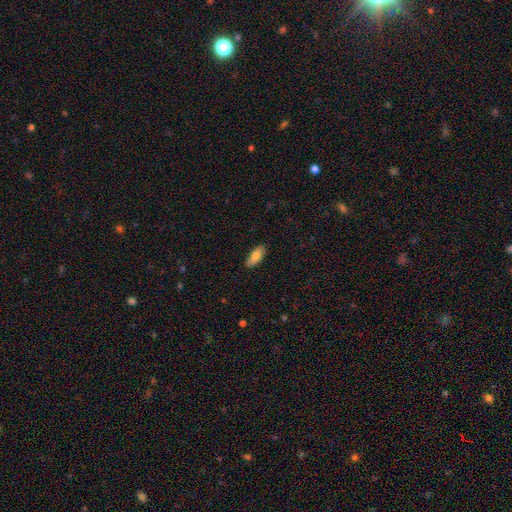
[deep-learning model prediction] Smooth or featured? Predicted: smooth (p=0.78). How rounded? Predicted: in between (p=0.76). Merging? Predicted: none (p=0.85).